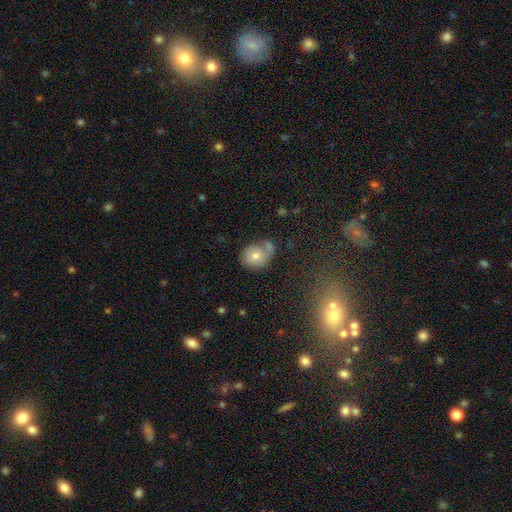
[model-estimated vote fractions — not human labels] Q: Smooth or featured?
A: smooth (59%); runner-up: featured or disk (28%)
Q: How rounded?
A: round (56%); runner-up: in between (43%)
Q: Merging?
A: none (50%); runner-up: minor disturbance (22%)